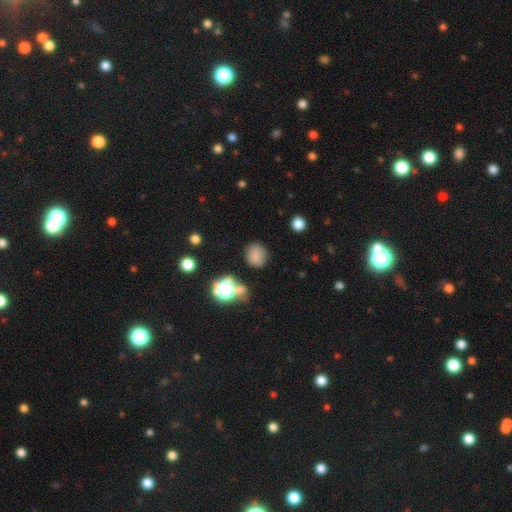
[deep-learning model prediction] A smooth galaxy with no disk features (76%) that is round (77%).

Vote fractions:
- Smooth or featured? smooth: 76% / star or artifact: 16% / featured or disk: 8%
- How rounded? round: 77% / in between: 22% / cigar-shaped: 1%
- Merging? none: 79% / minor disturbance: 12% / major disturbance: 4% / merger: 4%